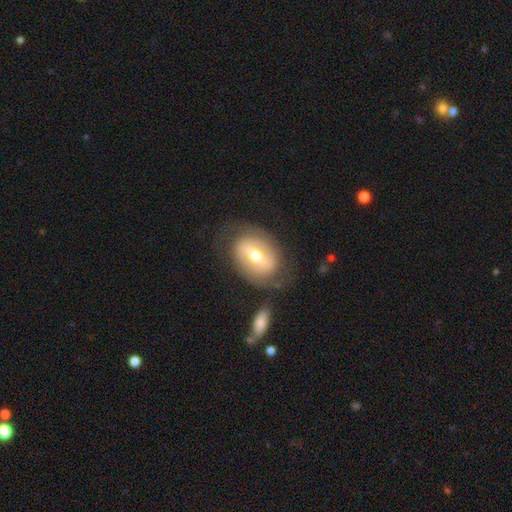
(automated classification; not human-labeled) A featured or disk galaxy (64%) with a strong bar (56%), no spiral arms (51%) and a moderate central bulge (66%). Merging: none (69%).